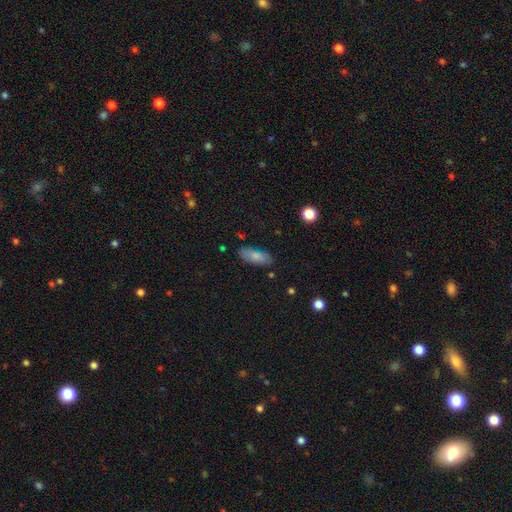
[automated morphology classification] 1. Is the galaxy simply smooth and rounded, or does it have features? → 78% smooth, 14% featured or disk, 8% star or artifact.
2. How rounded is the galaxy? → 77% in between, 20% cigar-shaped, 2% round.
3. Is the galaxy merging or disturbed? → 80% none, 15% minor disturbance, 3% major disturbance, 2% merger.